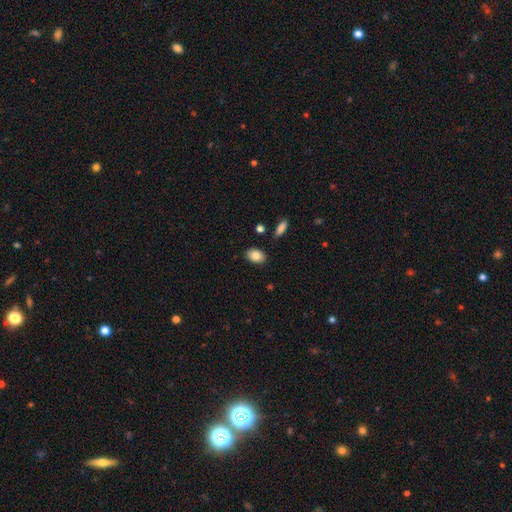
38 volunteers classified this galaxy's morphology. This appears to be a smooth galaxy with no disk features (79%) that is in between round and cigar-shaped (90%). Merging: none (85%).